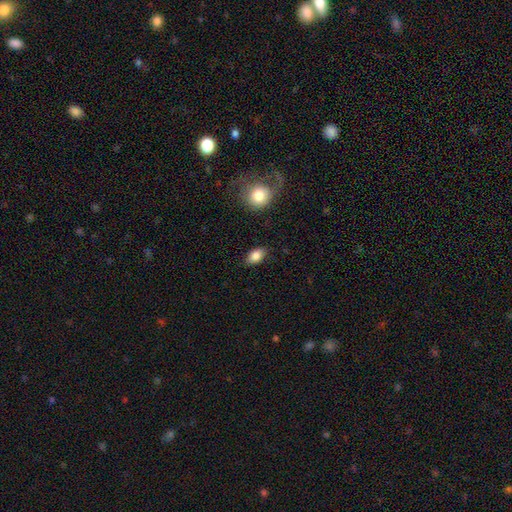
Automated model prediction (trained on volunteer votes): A smooth galaxy with no disk features (85%) that is in between round and cigar-shaped (88%).

Vote fractions:
- Smooth or featured? smooth: 85% / star or artifact: 8% / featured or disk: 6%
- How rounded? in between: 88% / round: 9% / cigar-shaped: 2%
- Merging? none: 84% / minor disturbance: 12% / major disturbance: 2% / merger: 2%